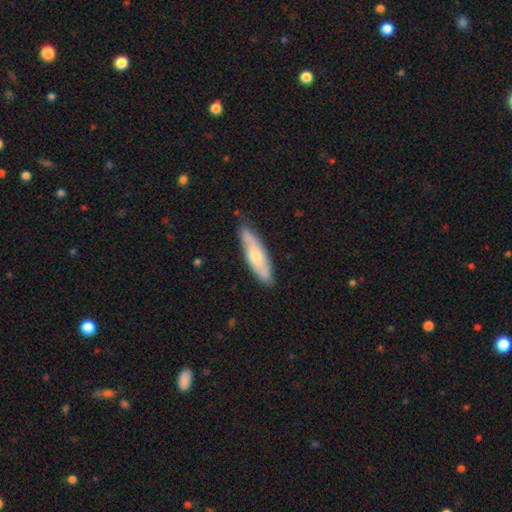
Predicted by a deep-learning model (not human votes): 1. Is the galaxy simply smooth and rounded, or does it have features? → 52% smooth, 42% featured or disk, 6% star or artifact.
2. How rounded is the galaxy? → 59% cigar-shaped, 39% in between, 2% round.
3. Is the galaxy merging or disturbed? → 82% none, 15% minor disturbance, 2% major disturbance, 1% merger.